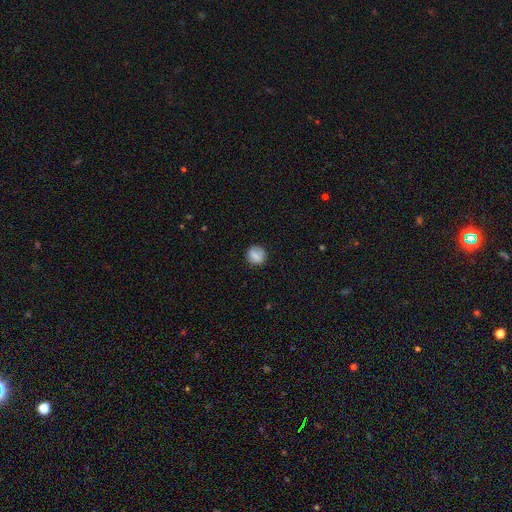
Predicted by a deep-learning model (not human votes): This is likely a smooth galaxy (72%). How rounded: clearly round (85%). Merging: clearly none (81%).